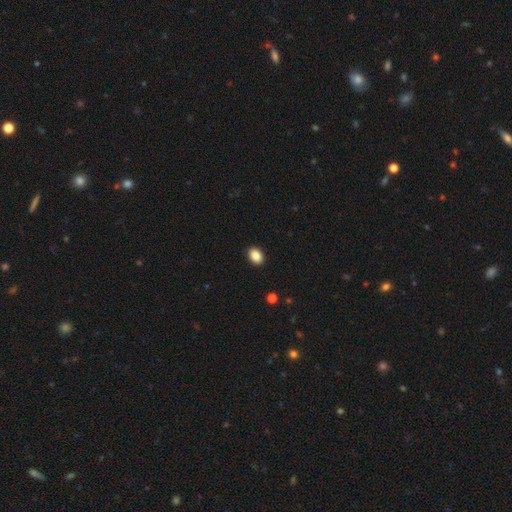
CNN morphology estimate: type=smooth (88%); roundness=in between (78%); merging=none (91%).